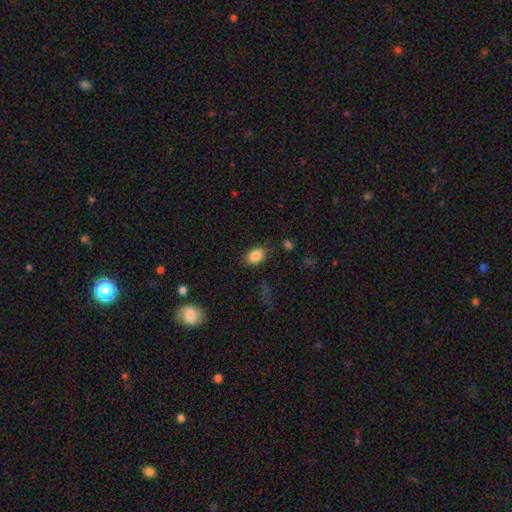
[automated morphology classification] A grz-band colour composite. It shows a smooth galaxy with no disk features (86%) that is in between round and cigar-shaped (80%). Merging: none (82%).